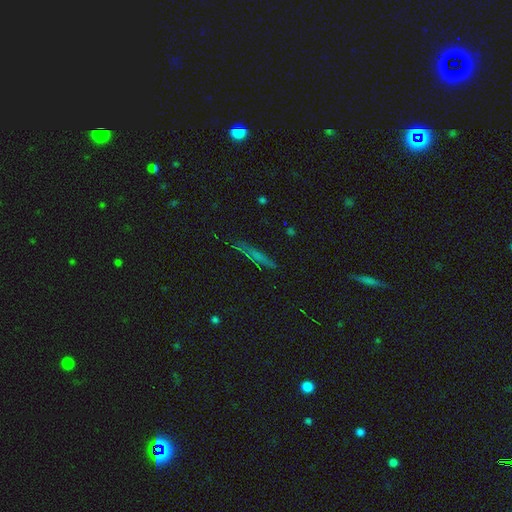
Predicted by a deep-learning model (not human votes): Overall: smooth (50%; featured or disk 33%). How rounded: cigar-shaped (88%). Merging: none (80%).